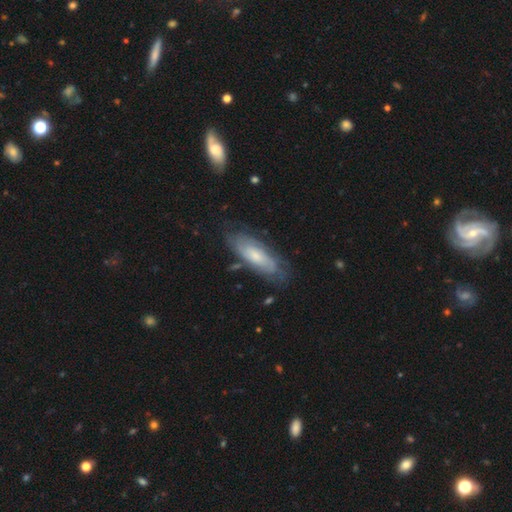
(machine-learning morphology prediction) This appears to be a featured or disk galaxy (54%). Merging: none (71%).